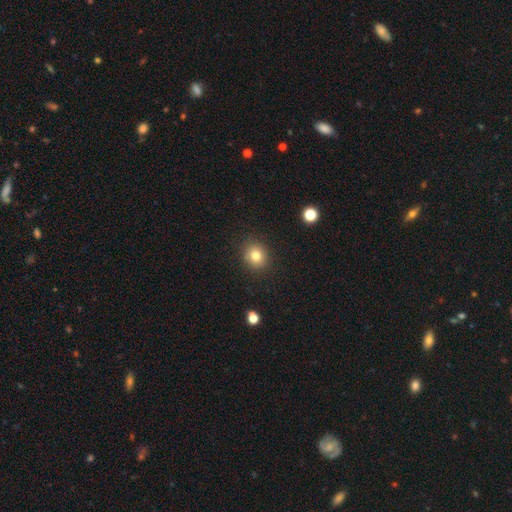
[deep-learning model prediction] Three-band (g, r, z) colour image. It shows a smooth galaxy with no disk features (80%) that is round (81%). Merging: none (89%).